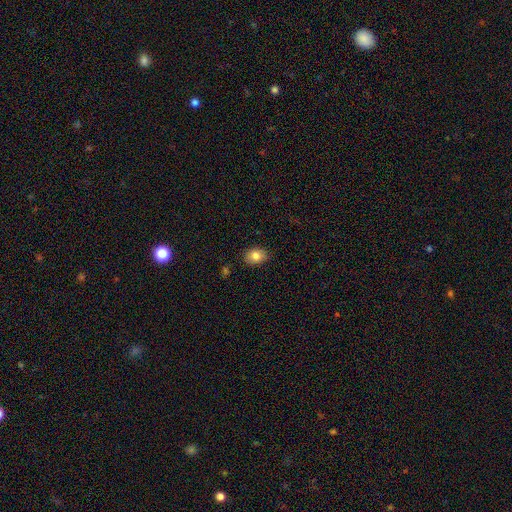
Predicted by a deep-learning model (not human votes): smooth-or-featured: smooth: 84% | star or artifact: 9% | featured or disk: 7%
  how-rounded: in between: 63% | round: 36% | cigar-shaped: 1%
  merging: none: 83% | minor disturbance: 13% | major disturbance: 2% | merger: 1%